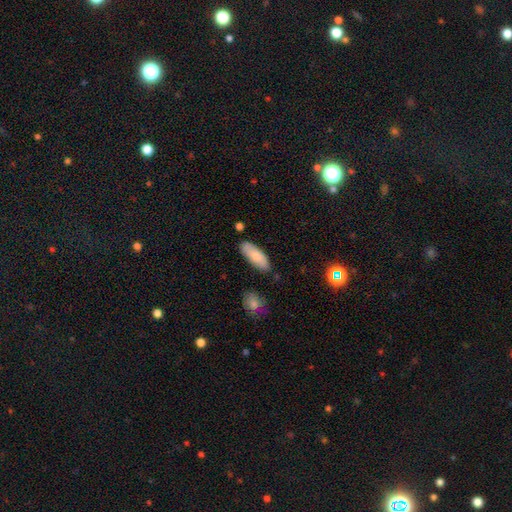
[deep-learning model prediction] A smooth galaxy with no disk features (82%) that is in between round and cigar-shaped (75%). Merging: none (81%).